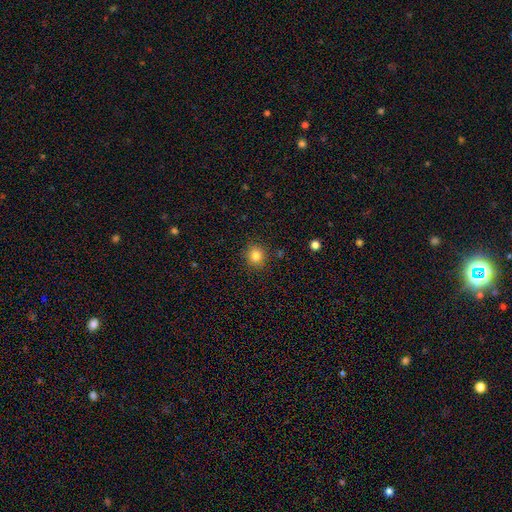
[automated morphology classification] A smooth galaxy with no disk features (83%) that is round (88%). Merging: none (89%).